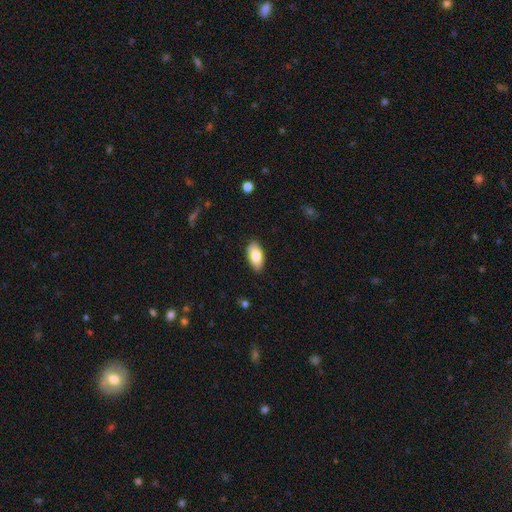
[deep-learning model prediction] smooth_or_featured: smooth (p=0.81) [alt: featured or disk p=0.13]
how_rounded: in between (p=0.91) [alt: cigar-shaped p=0.06]
merging: none (p=0.87) [alt: minor disturbance p=0.10]